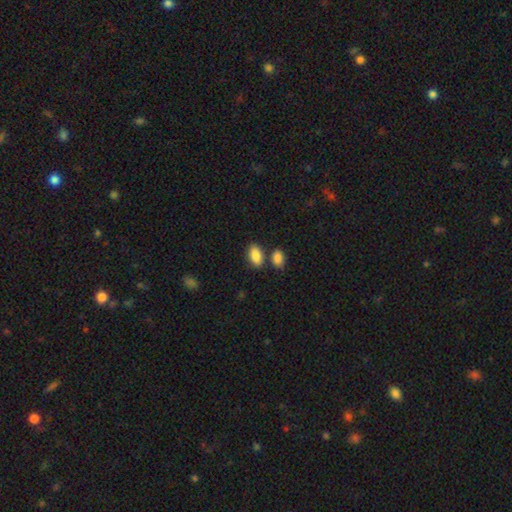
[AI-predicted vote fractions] smooth_or_featured: smooth (p=0.88) [alt: star or artifact p=0.07]
how_rounded: in between (p=0.92) [alt: round p=0.06]
merging: none (p=0.67) [alt: merger p=0.18]